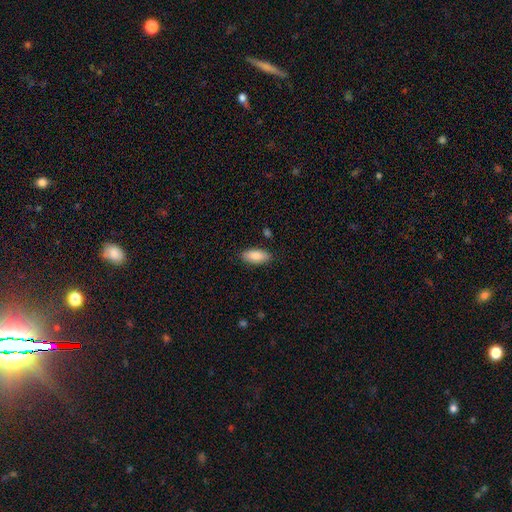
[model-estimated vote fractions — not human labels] smooth 87%, featured or disk 6%, star or artifact 6%. Down the decision tree: how rounded — in between (89%); merging — none (86%).